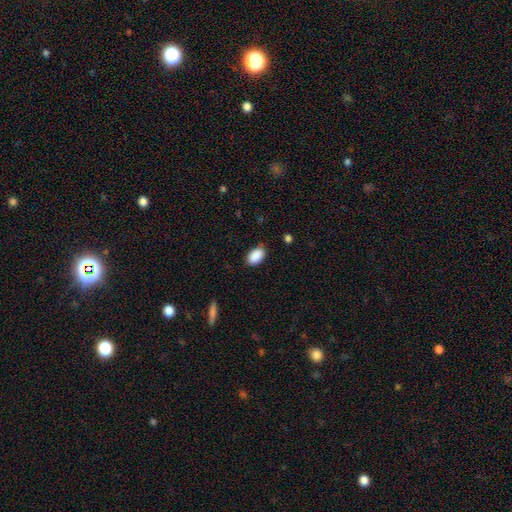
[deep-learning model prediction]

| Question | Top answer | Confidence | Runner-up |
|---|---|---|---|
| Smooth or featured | smooth | 90% | star or artifact (7%) |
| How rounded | in between | 91% | round (8%) |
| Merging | none | 82% | minor disturbance (14%) |